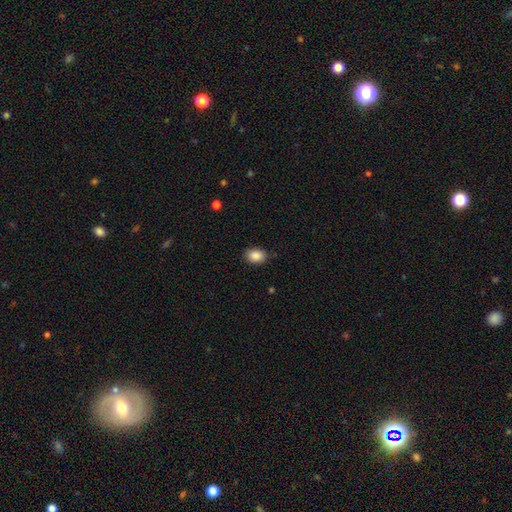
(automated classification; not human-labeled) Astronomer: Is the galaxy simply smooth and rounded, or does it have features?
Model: smooth — 88%.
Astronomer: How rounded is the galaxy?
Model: in between — 76%.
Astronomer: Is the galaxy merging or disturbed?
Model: none — 83%.